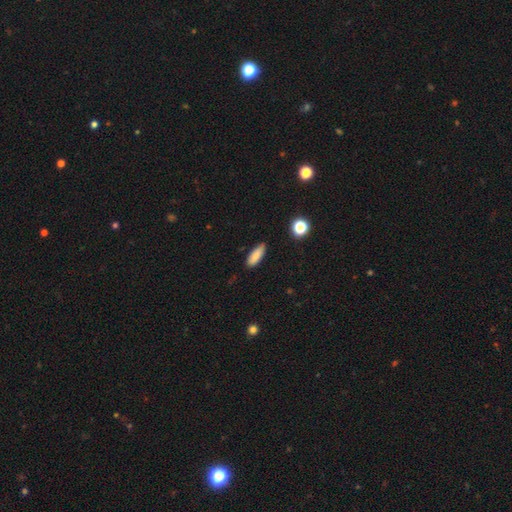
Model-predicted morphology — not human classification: A smooth galaxy with no disk features (86%) that is in between round and cigar-shaped (66%).

Vote fractions:
- Smooth or featured? smooth: 86% / star or artifact: 8% / featured or disk: 6%
- How rounded? in between: 66% / cigar-shaped: 31% / round: 2%
- Merging? none: 85% / minor disturbance: 11% / major disturbance: 2% / merger: 2%